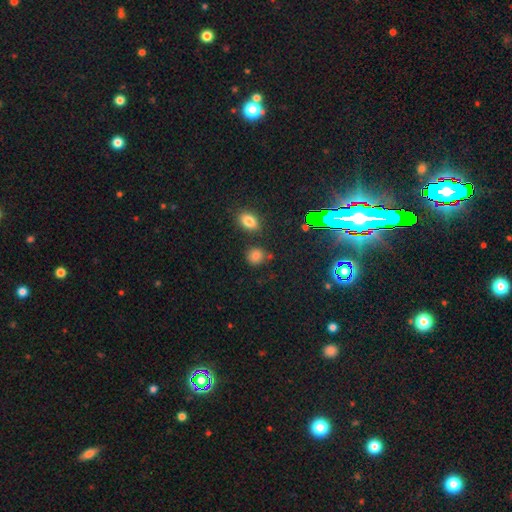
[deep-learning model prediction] The model was most divided on "smooth or featured": smooth: 75%, star or artifact: 19%, featured or disk: 7%. More confident: how rounded — round (81%); merging — none (77%).